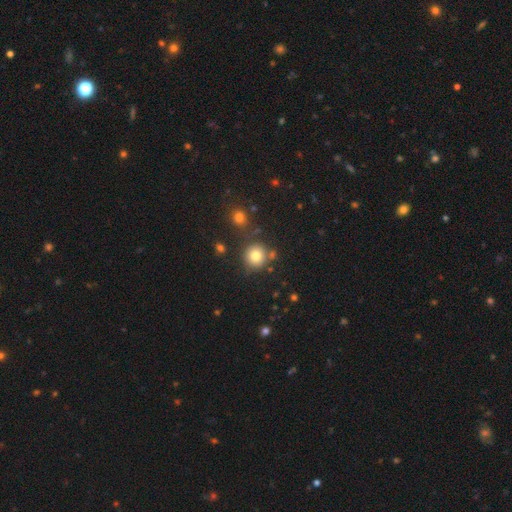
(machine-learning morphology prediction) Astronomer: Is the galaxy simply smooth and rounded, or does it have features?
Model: smooth — 79%.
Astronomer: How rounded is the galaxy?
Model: round — 93%.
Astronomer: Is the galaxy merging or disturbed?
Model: none — 79%.